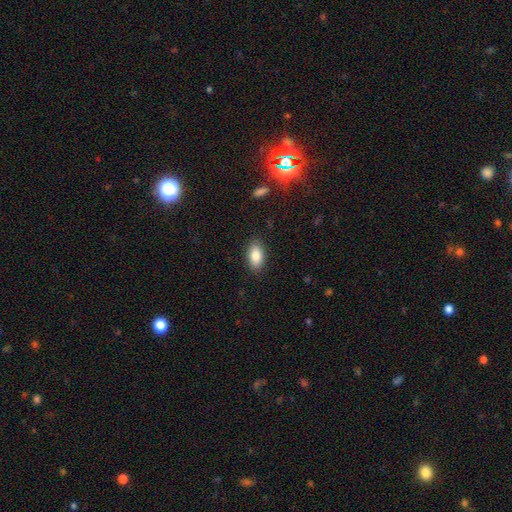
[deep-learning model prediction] This is clearly a smooth galaxy (85%). How rounded: clearly in between (91%). Merging: clearly none (87%).